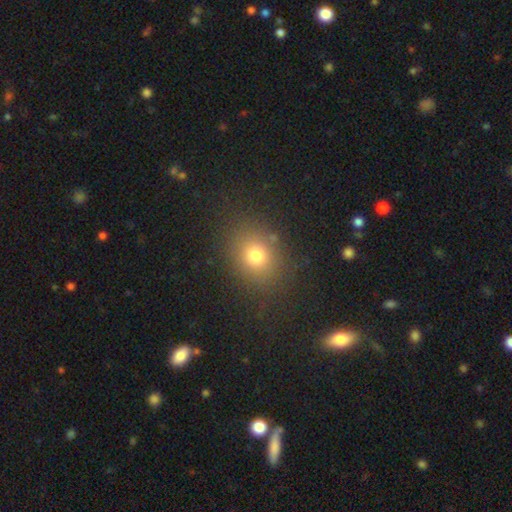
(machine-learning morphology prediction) The model was most divided on "how rounded": round: 61%, in between: 38%, cigar-shaped: 1%. More confident: merging — none (83%); smooth or featured — smooth (75%).